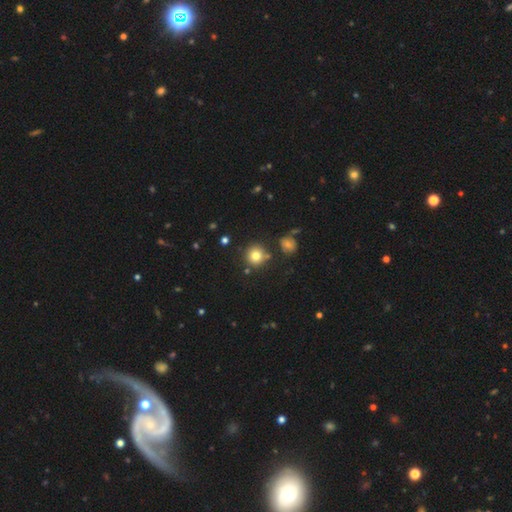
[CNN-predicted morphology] A smooth galaxy with no disk features (78%) that is round (93%). Merging: none (81%).